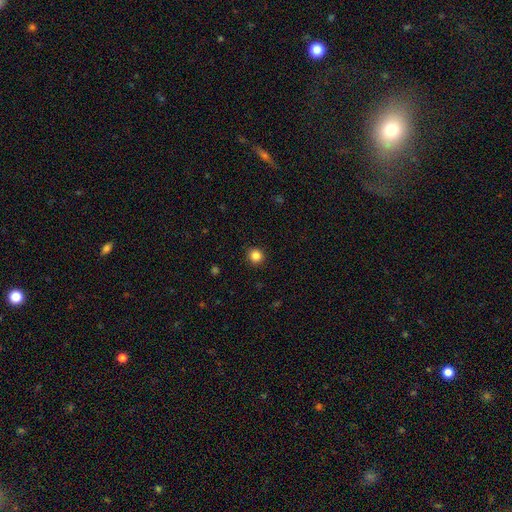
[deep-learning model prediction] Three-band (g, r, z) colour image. It shows a smooth galaxy with no disk features (85%) that is round (94%). Merging: none (92%).